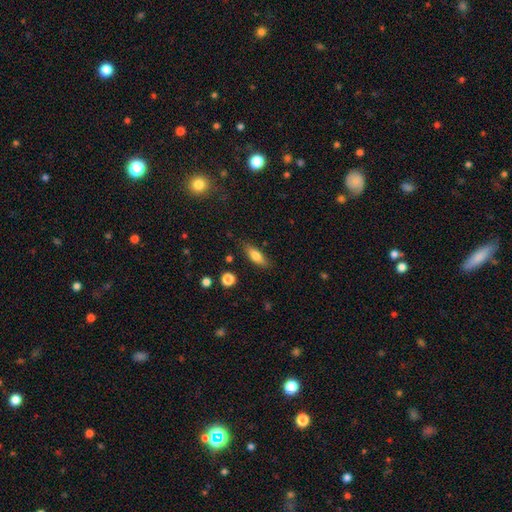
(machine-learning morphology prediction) Smooth or featured? smooth (75%)
How rounded? in between (65%)
Merging? none (81%)